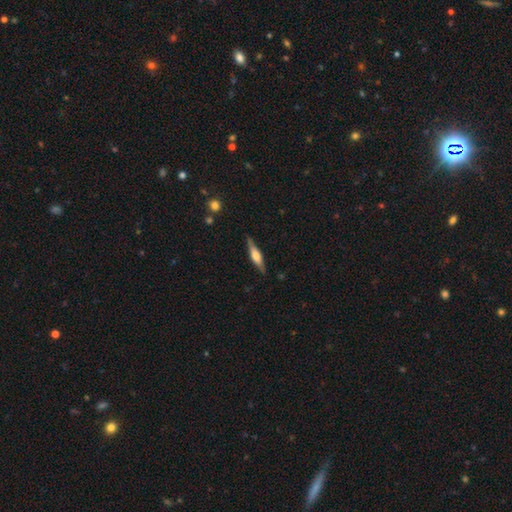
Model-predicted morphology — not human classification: The model was most divided on "smooth or featured": featured or disk: 60%, smooth: 34%, star or artifact: 6%. More confident: edge-on disk — yes (95%); merging — none (85%); edge-on bulge — rounded (76%).